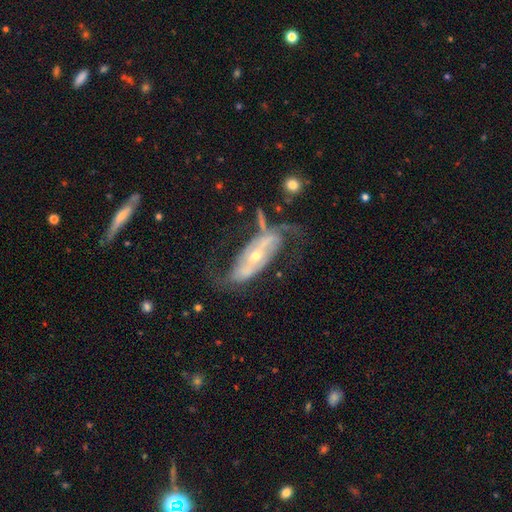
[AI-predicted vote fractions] This is clearly a featured or disk galaxy (82%). It is clearly not viewed edge-on (87%). Bar: marginally no (38%). Spiral arm pattern: clearly yes (87%). Spiral arm count: clearly 2 (83%). Spiral winding: possibly loose (47%). Central bulge: possibly small (58%). Merging: possibly none (49%).